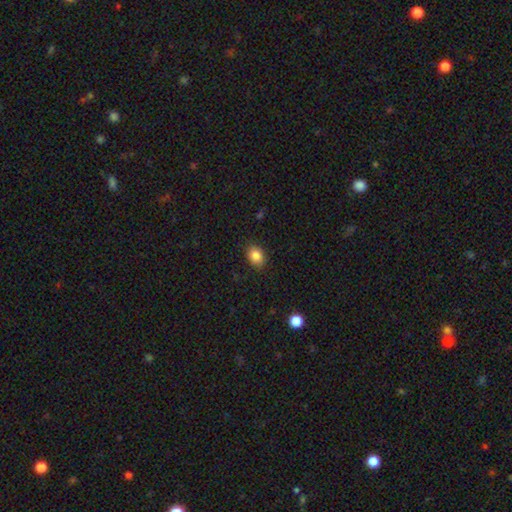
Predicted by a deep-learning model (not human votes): Smooth or featured? smooth (85%)
How rounded? in between (69%)
Merging? none (88%)